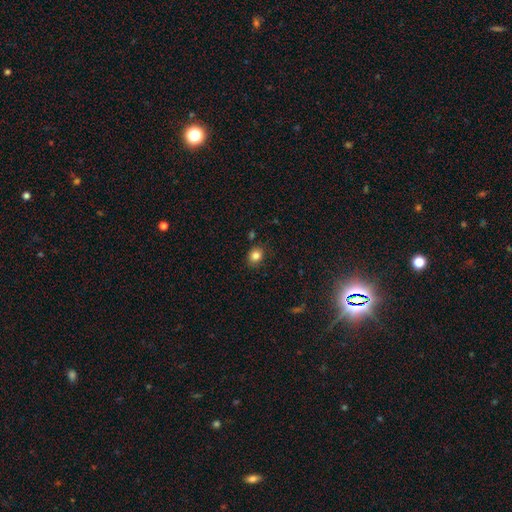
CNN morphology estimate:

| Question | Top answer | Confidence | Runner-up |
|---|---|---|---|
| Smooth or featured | smooth | 83% | star or artifact (11%) |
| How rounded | round | 58% | in between (41%) |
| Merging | none | 83% | minor disturbance (12%) |